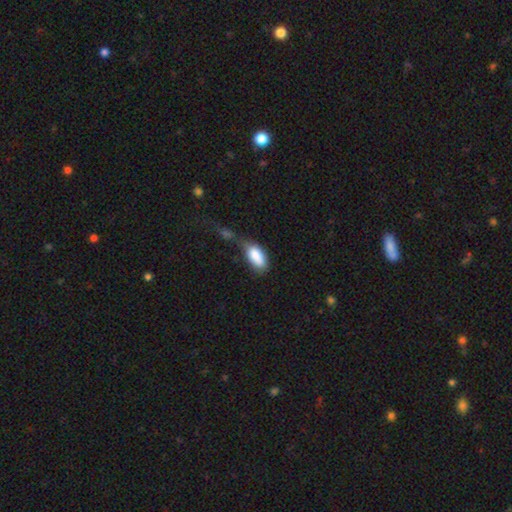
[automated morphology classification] smooth-or-featured: smooth: 83% | featured or disk: 10% | star or artifact: 7%
  how-rounded: in between: 90% | cigar-shaped: 7% | round: 3%
  merging: minor disturbance: 28% | none: 25% | merger: 24% | major disturbance: 23%